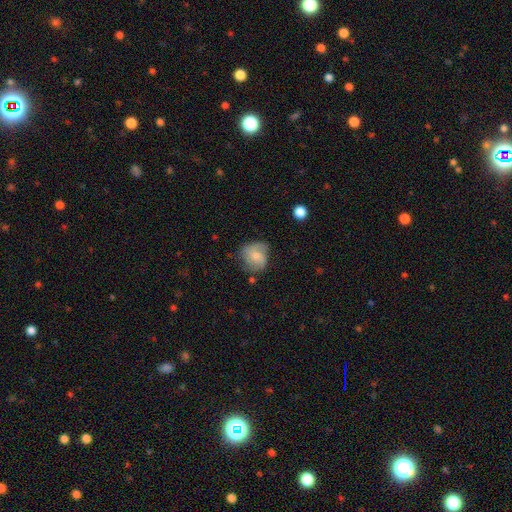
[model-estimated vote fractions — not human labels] A smooth galaxy with no disk features (49%).

Vote fractions:
- Smooth or featured? smooth: 49% / featured or disk: 43% / star or artifact: 8%
- Merging? none: 54% / minor disturbance: 29% / major disturbance: 14% / merger: 3%